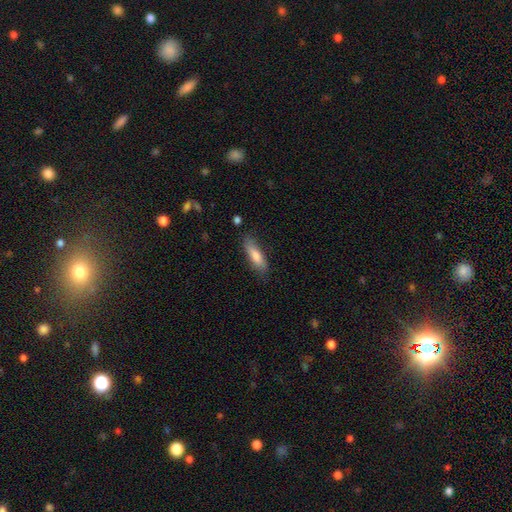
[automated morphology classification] smooth-or-featured: smooth: 73% | featured or disk: 20% | star or artifact: 7%
  how-rounded: cigar-shaped: 63% | in between: 36% | round: 2%
  merging: none: 80% | minor disturbance: 16% | major disturbance: 3% | merger: 1%